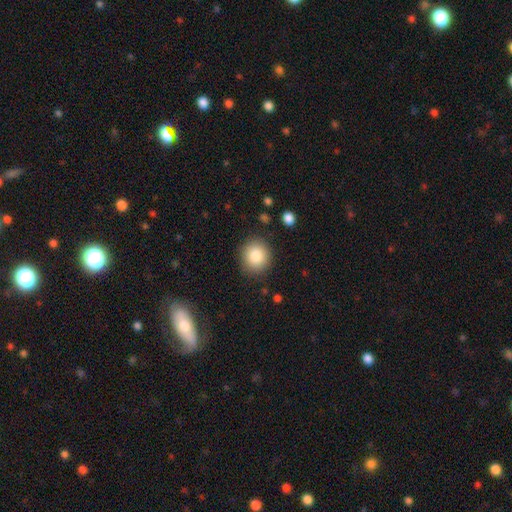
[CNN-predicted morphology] Smooth or featured? smooth (84%)
How rounded? round (87%)
Merging? none (88%)